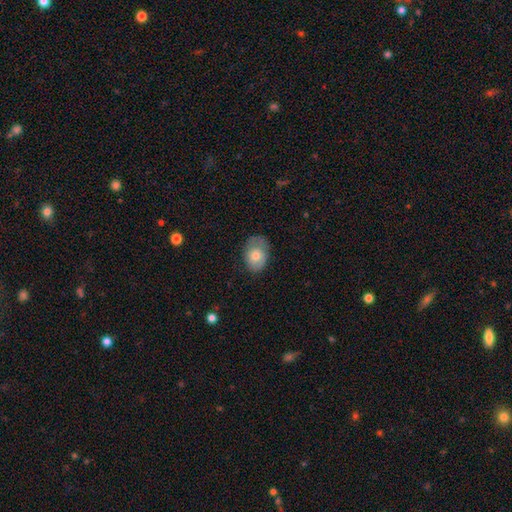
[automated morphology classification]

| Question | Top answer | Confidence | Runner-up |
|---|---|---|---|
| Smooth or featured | smooth | 71% | featured or disk (22%) |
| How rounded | in between | 75% | round (24%) |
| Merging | none | 57% | minor disturbance (30%) |